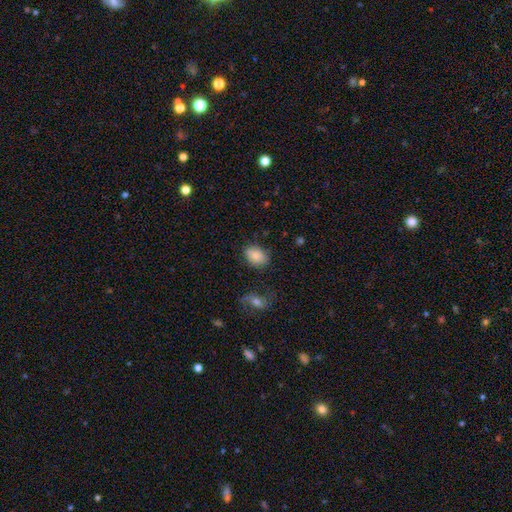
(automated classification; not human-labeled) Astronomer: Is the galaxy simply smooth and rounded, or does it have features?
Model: smooth — 84%.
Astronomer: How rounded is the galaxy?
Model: in between — 82%.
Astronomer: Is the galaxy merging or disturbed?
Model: none — 75%.